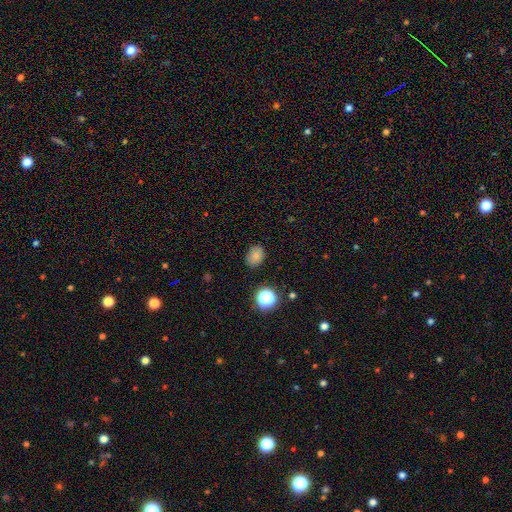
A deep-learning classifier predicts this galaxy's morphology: A smooth galaxy with no disk features (80%) that is in between round and cigar-shaped (55%).

Vote fractions:
- Smooth or featured? smooth: 80% / star or artifact: 14% / featured or disk: 6%
- How rounded? in between: 55% / round: 44% / cigar-shaped: 1%
- Merging? none: 80% / minor disturbance: 15% / major disturbance: 3% / merger: 2%